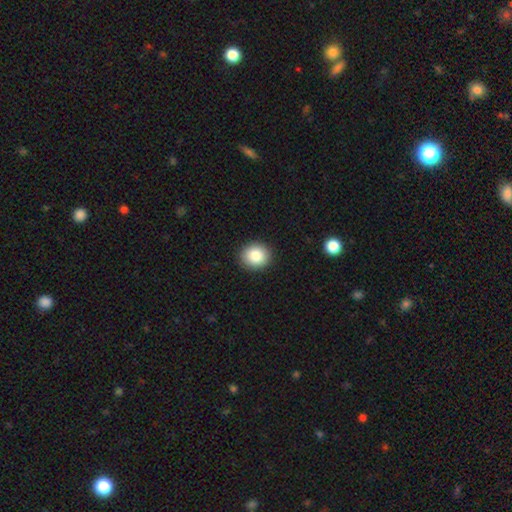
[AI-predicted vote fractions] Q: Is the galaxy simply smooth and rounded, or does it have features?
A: smooth — 85%.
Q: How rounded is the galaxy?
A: round — 82%.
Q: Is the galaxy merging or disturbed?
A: none — 92%.